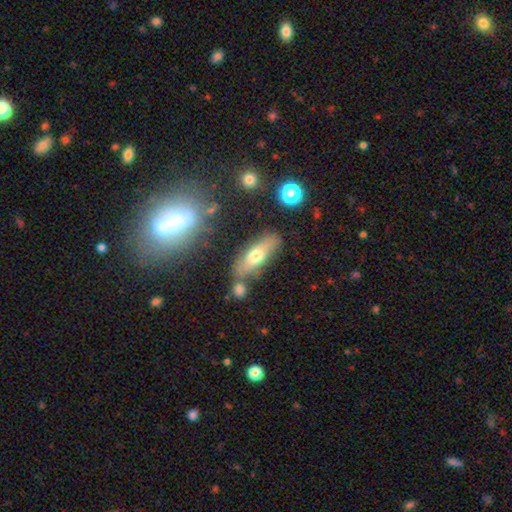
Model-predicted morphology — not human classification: This is possibly a smooth galaxy (59%). How rounded: possibly in between (55%). Merging: likely none (70%).